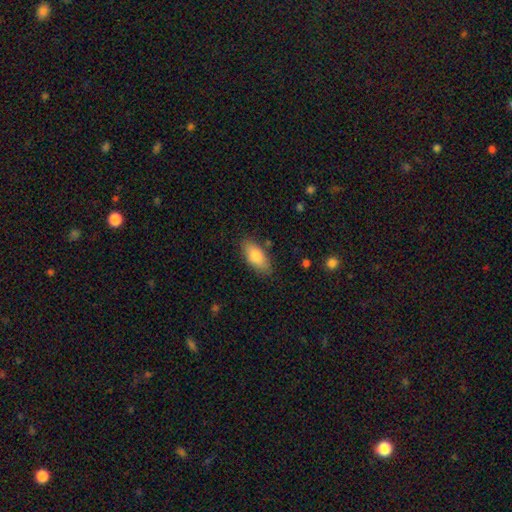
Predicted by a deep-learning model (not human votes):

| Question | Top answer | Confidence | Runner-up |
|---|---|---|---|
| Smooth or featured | smooth | 82% | featured or disk (11%) |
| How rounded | in between | 87% | cigar-shaped (11%) |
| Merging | none | 82% | minor disturbance (13%) |